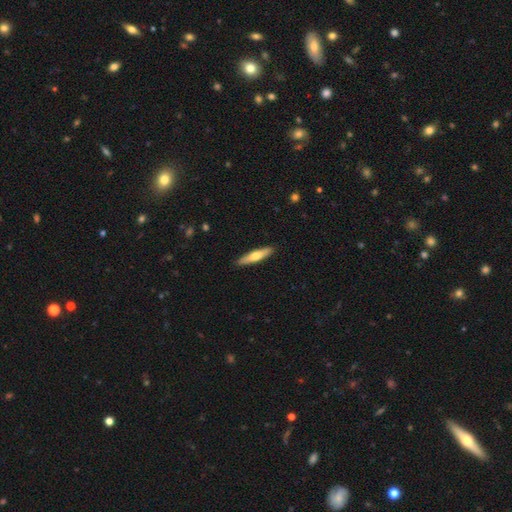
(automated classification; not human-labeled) Smooth or featured: smooth — 57% (featured or disk — 38%)
How rounded: cigar-shaped — 84% (in between — 14%)
Merging: none — 91% (minor disturbance — 7%)